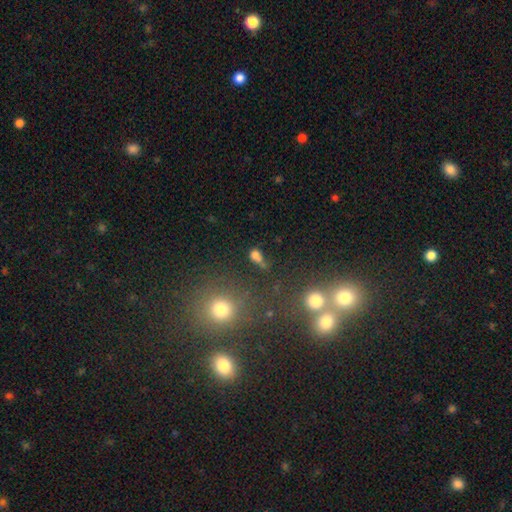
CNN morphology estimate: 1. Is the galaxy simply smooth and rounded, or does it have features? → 71% smooth, 19% star or artifact, 9% featured or disk.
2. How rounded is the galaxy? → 67% in between, 28% round, 6% cigar-shaped.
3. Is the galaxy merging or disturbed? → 51% none, 20% merger, 18% minor disturbance, 12% major disturbance.